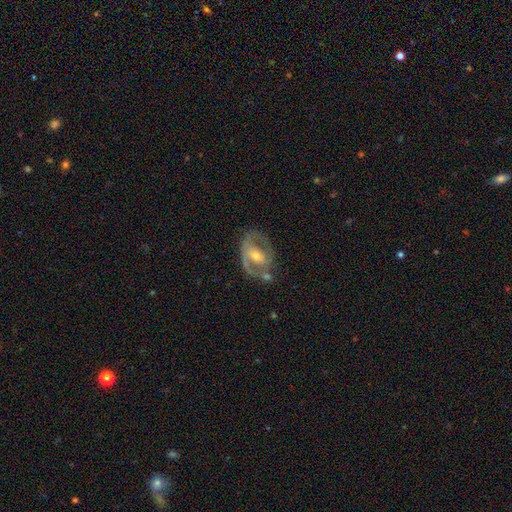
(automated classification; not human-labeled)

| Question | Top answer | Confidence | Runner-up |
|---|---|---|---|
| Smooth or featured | featured or disk | 76% | smooth (18%) |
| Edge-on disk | no | 95% | yes (5%) |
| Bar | no | 42% | weak (38%) |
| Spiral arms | yes | 68% | no (32%) |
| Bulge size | moderate | 54% | small (39%) |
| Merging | none | 54% | minor disturbance (22%) |